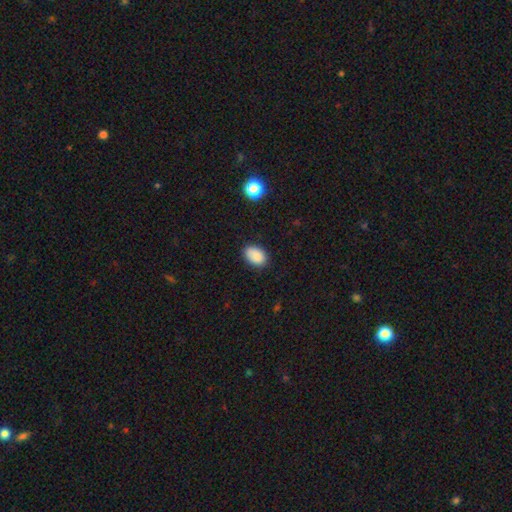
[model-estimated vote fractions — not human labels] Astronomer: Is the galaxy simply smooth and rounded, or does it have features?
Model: smooth — 88%.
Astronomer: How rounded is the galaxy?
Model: in between — 86%.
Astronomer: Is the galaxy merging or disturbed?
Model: none — 84%.